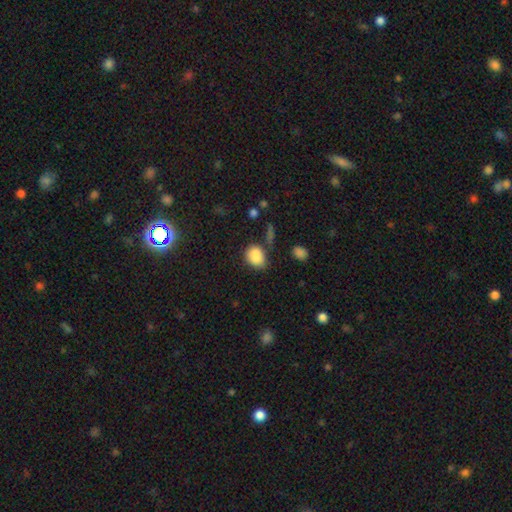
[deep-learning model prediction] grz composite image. It shows a smooth galaxy with no disk features (84%) that is in between round and cigar-shaped (57%). Merging: none (60%).